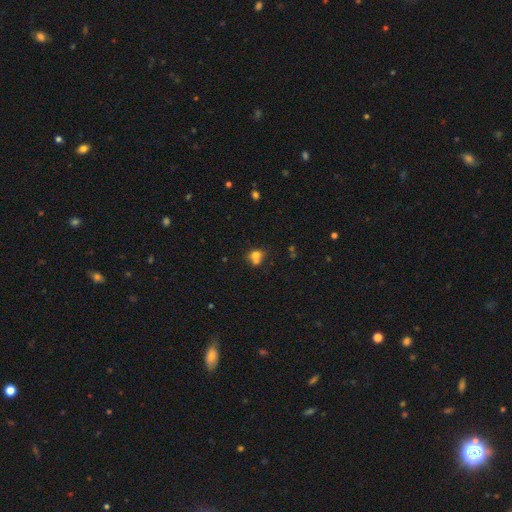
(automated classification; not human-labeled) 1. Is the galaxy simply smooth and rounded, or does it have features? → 70% smooth, 16% featured or disk, 14% star or artifact.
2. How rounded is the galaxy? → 63% round, 36% in between, 1% cigar-shaped.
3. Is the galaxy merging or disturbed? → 52% merger, 34% none, 10% minor disturbance, 5% major disturbance.